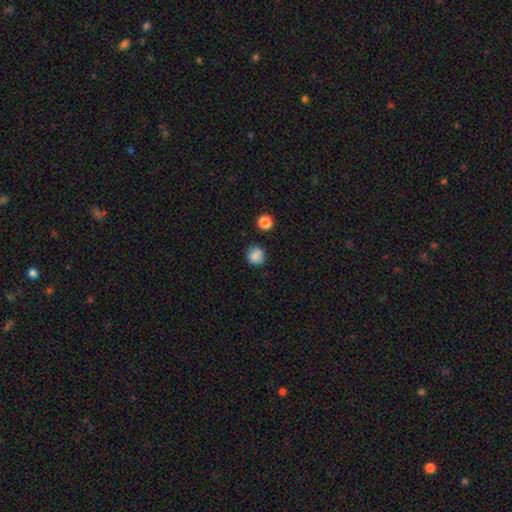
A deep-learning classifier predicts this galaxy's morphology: Smooth or featured?
  - smooth: 84% *
  - star or artifact: 10%
  - featured or disk: 6%
How rounded?
  - round: 85% *
  - in between: 14%
  - cigar-shaped: 1%
Merging?
  - none: 77% *
  - minor disturbance: 16%
  - major disturbance: 4%
  - merger: 3%